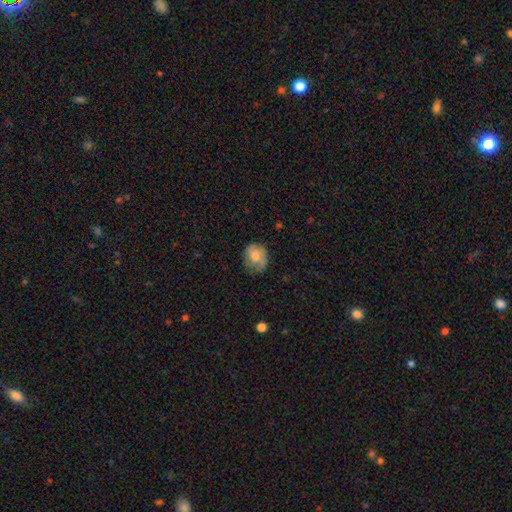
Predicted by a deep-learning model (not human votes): Smooth or featured?
  - smooth: 62% *
  - featured or disk: 30%
  - star or artifact: 8%
How rounded?
  - round: 66% *
  - in between: 33%
  - cigar-shaped: 1%
Merging?
  - none: 64% *
  - minor disturbance: 26%
  - major disturbance: 9%
  - merger: 1%